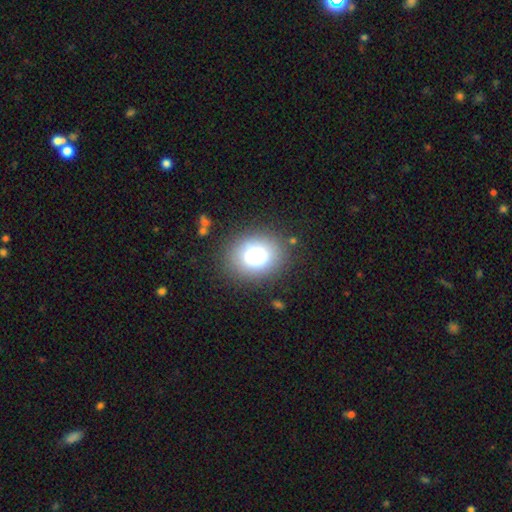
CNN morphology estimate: smooth-or-featured: smooth: 80% | star or artifact: 10% | featured or disk: 9%
  how-rounded: round: 57% | in between: 42% | cigar-shaped: 1%
  merging: none: 79% | minor disturbance: 12% | major disturbance: 6% | merger: 3%